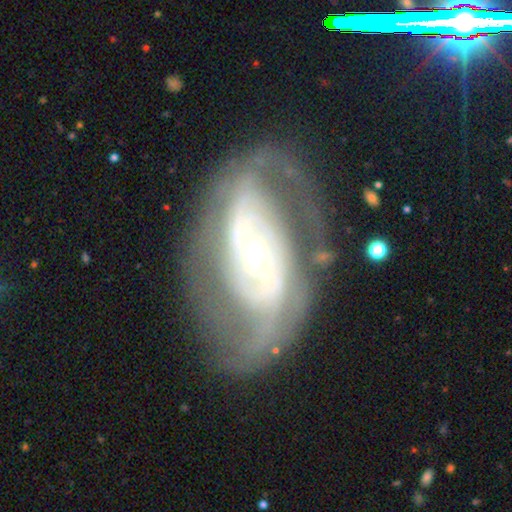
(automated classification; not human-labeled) Smooth or featured?
  - featured or disk: 85% *
  - smooth: 9%
  - star or artifact: 6%
Edge-on disk?
  - no: 95% *
  - yes: 5%
Bar?
  - no: 42% *
  - weak: 33%
  - strong: 25%
Spiral arms?
  - yes: 88% *
  - no: 12%
Spiral winding?
  - tight: 43% *
  - medium: 40%
  - loose: 17%
Spiral arm count?
  - 2: 63% *
  - can't tell: 20%
  - 3: 8%
  - 1: 4%
  - 4: 3%
  - more than 4: 3%
Bulge size?
  - small: 50% *
  - moderate: 43%
  - large: 5%
  - dominant: 1%
  - none: 1%
Merging?
  - none: 68% *
  - minor disturbance: 16%
  - major disturbance: 14%
  - merger: 2%